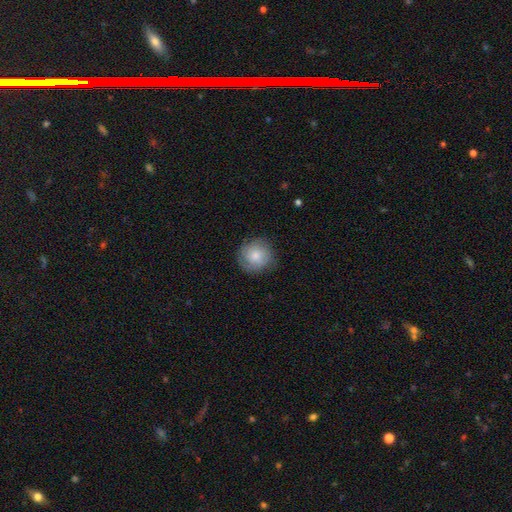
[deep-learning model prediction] A smooth galaxy with no disk features (71%) that is round (93%).

Vote fractions:
- Smooth or featured? smooth: 71% / featured or disk: 22% / star or artifact: 7%
- How rounded? round: 93% / in between: 6% / cigar-shaped: 1%
- Merging? none: 81% / minor disturbance: 14% / major disturbance: 4% / merger: 1%